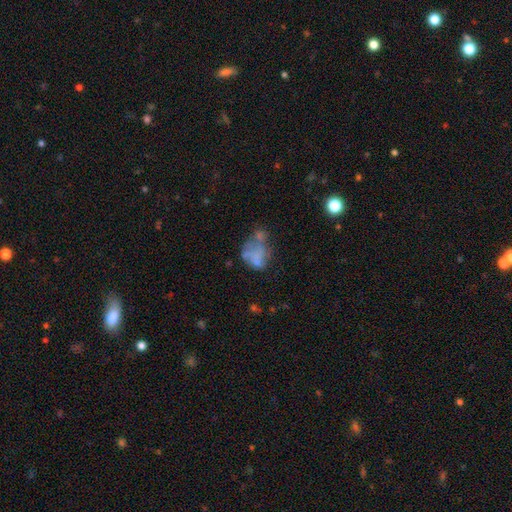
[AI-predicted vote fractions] A smooth galaxy with no disk features (47%). Merging: major disturbance (31%).